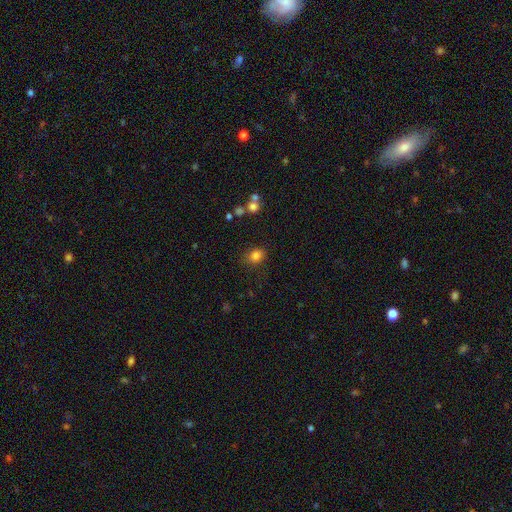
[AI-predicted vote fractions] Smooth or featured? Predicted: smooth (p=0.82). How rounded? Predicted: round (p=0.50). Merging? Predicted: none (p=0.77).